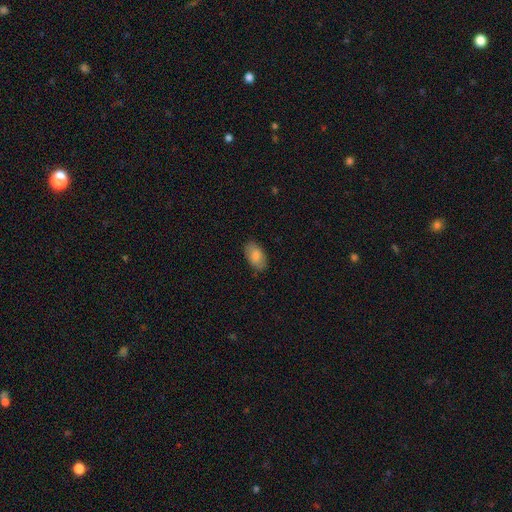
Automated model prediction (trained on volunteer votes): Smooth or featured: smooth — 83% (featured or disk — 11%)
How rounded: in between — 94% (round — 4%)
Merging: none — 85% (minor disturbance — 12%)